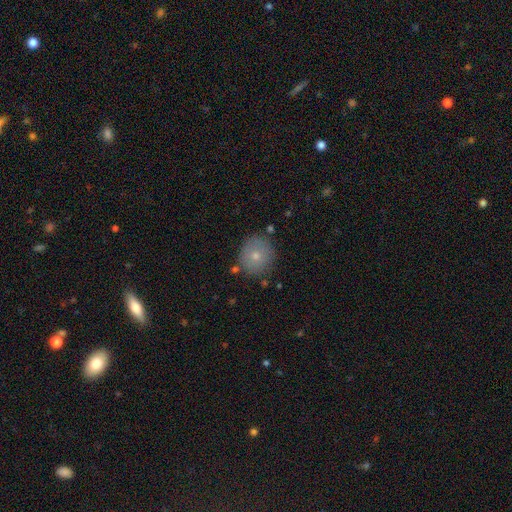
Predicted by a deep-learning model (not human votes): Smooth or featured?
  - smooth: 73% *
  - featured or disk: 17%
  - star or artifact: 10%
How rounded?
  - round: 87% *
  - in between: 12%
  - cigar-shaped: 1%
Merging?
  - none: 82% *
  - minor disturbance: 11%
  - merger: 3%
  - major disturbance: 3%